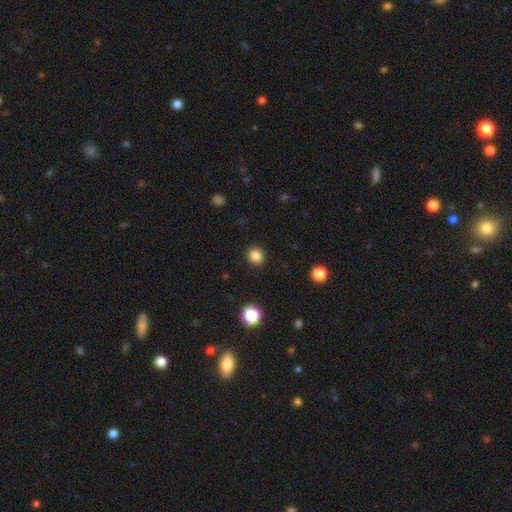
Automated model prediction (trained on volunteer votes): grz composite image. It shows a smooth galaxy with no disk features (84%) that is round (88%). Merging: none (91%).